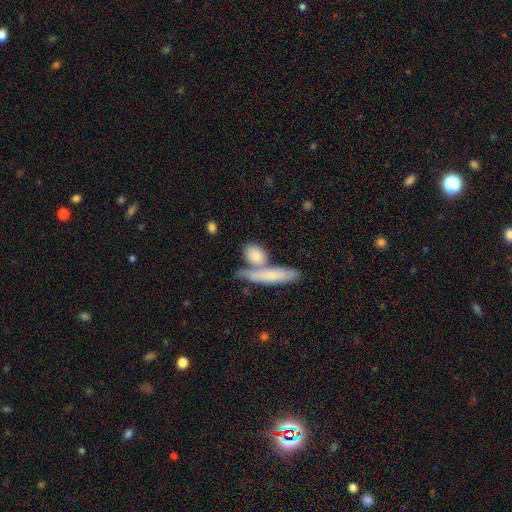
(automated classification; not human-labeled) A smooth galaxy with no disk features (77%) that is in between round and cigar-shaped (42%). Merging: none (52%).